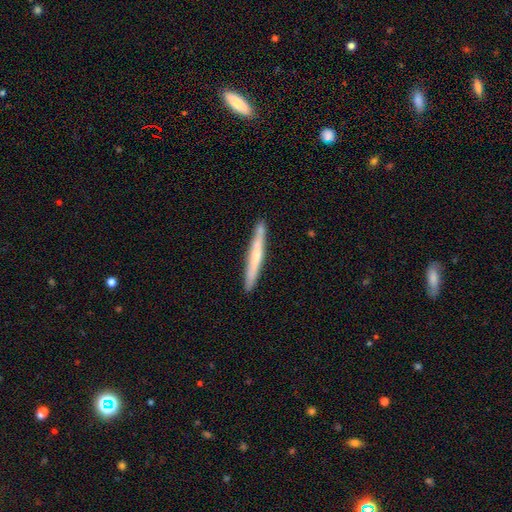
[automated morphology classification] Smooth or featured: smooth — 48% (featured or disk — 46%)
Merging: none — 87% (minor disturbance — 9%)